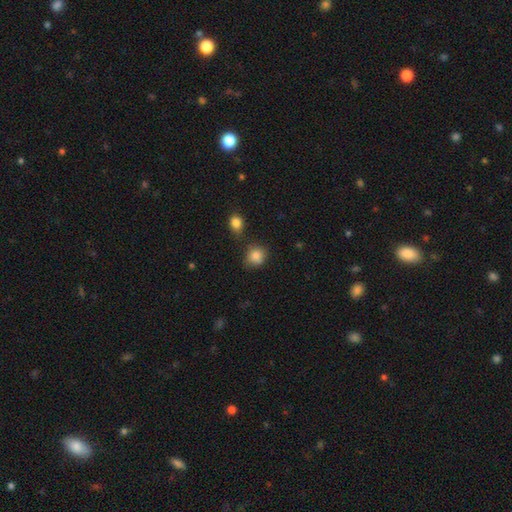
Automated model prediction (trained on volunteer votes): A smooth galaxy with no disk features (85%) that is round (81%).

Vote fractions:
- Smooth or featured? smooth: 85% / star or artifact: 10% / featured or disk: 6%
- How rounded? round: 81% / in between: 18% / cigar-shaped: 1%
- Merging? none: 69% / minor disturbance: 18% / merger: 8% / major disturbance: 4%